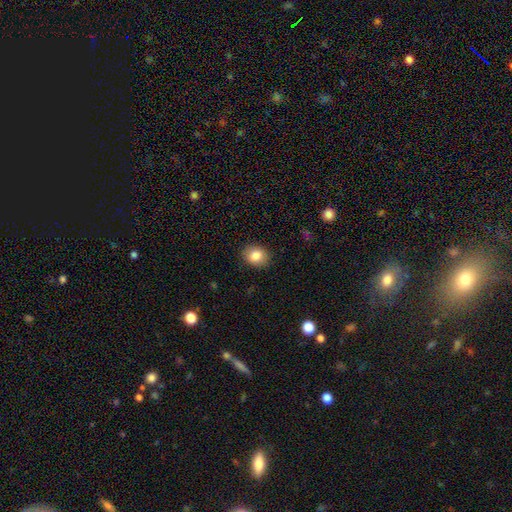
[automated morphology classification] Overall: smooth (84%). How rounded: in between (51%; round 49%). Merging: none (89%).